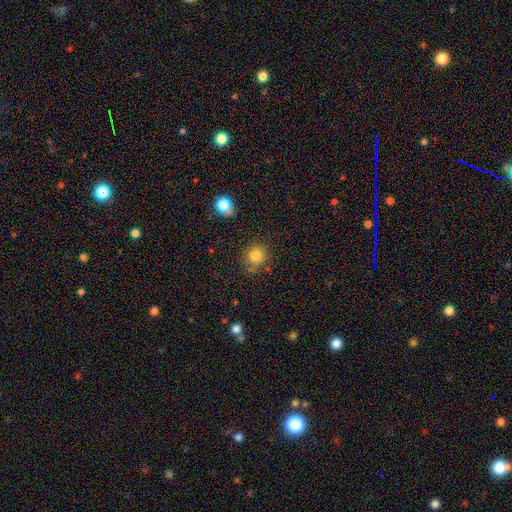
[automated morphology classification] Smooth or featured? smooth (82%)
How rounded? round (88%)
Merging? none (79%)